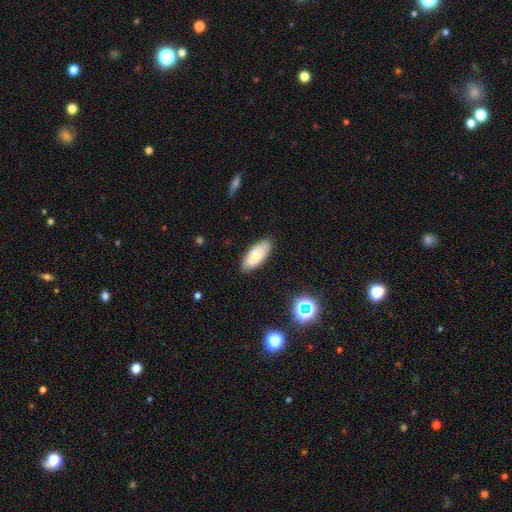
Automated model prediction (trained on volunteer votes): smooth_or_featured: smooth (p=0.75) [alt: featured or disk p=0.18]
how_rounded: in between (p=0.86) [alt: cigar-shaped p=0.13]
merging: none (p=0.85) [alt: minor disturbance p=0.12]